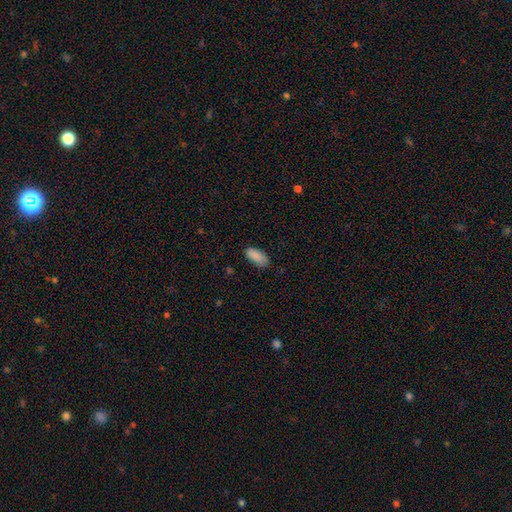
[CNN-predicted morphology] A smooth galaxy with no disk features (89%) that is in between round and cigar-shaped (89%). Merging: none (78%).